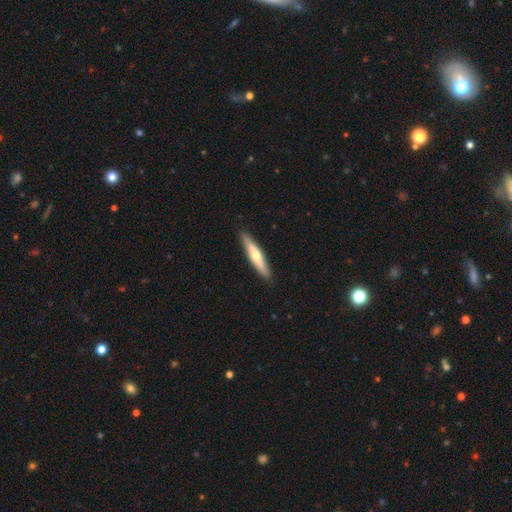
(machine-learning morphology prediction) A smooth galaxy with no disk features (48%).

Vote fractions:
- Smooth or featured? smooth: 48% / featured or disk: 47% / star or artifact: 5%
- Merging? none: 90% / minor disturbance: 8% / major disturbance: 2% / merger: 1%